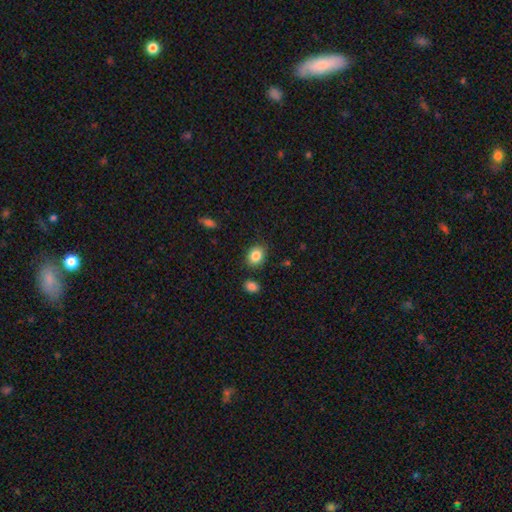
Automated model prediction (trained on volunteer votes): Smooth or featured?
  - smooth: 85% *
  - star or artifact: 9%
  - featured or disk: 6%
How rounded?
  - in between: 64% *
  - round: 35%
  - cigar-shaped: 1%
Merging?
  - none: 84% *
  - minor disturbance: 10%
  - merger: 3%
  - major disturbance: 3%